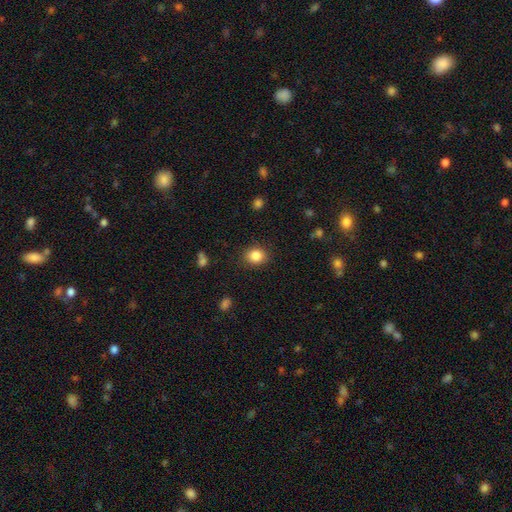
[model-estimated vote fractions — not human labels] smooth-or-featured: smooth: 85% | star or artifact: 10% | featured or disk: 5%
  how-rounded: round: 70% | in between: 29% | cigar-shaped: 1%
  merging: none: 87% | minor disturbance: 9% | major disturbance: 3% | merger: 1%